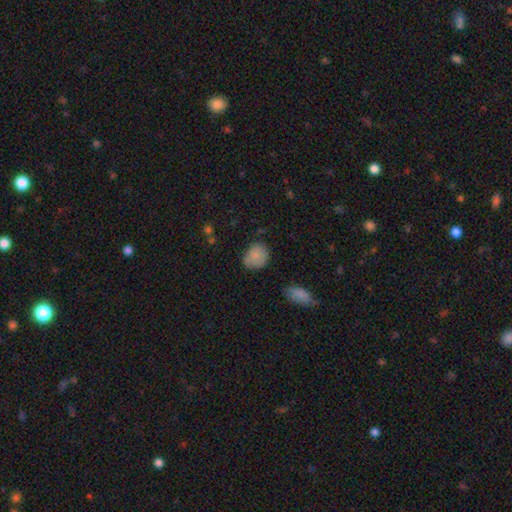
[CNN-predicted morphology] Smooth or featured? smooth (85%)
How rounded? round (51%)
Merging? none (71%)